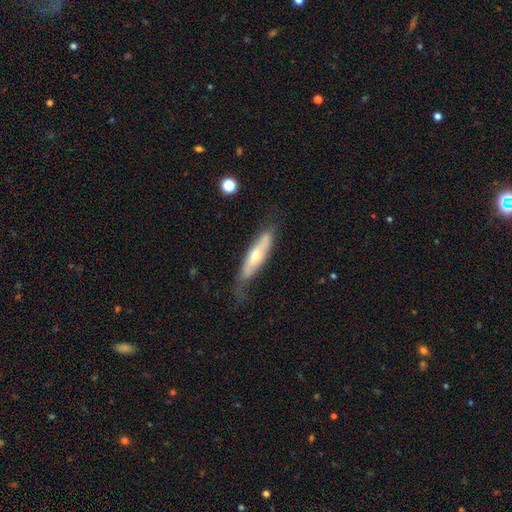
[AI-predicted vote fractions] smooth-or-featured: featured or disk: 54% | smooth: 40% | star or artifact: 6%
  disk-edge-on: yes: 57% | no: 43%
  merging: none: 60% | minor disturbance: 27% | major disturbance: 11% | merger: 2%